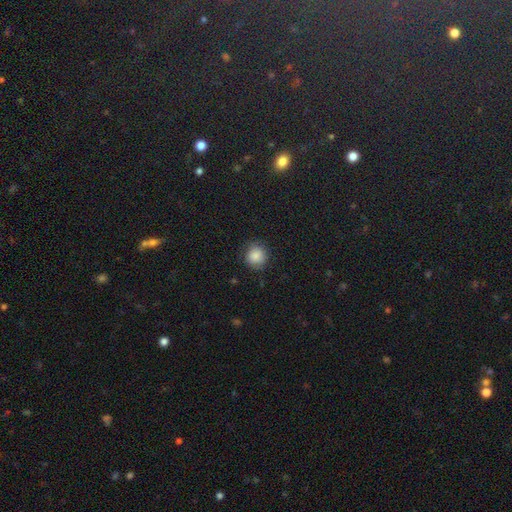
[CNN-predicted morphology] smooth 85%, star or artifact 9%, featured or disk 6%. Down the decision tree: how rounded — round (89%); merging — none (82%).